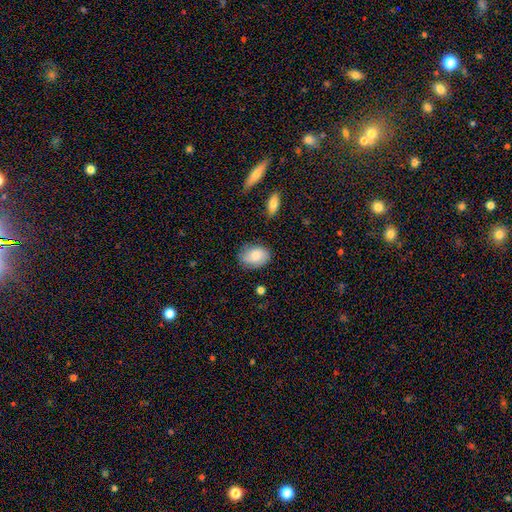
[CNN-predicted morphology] The model was most divided on "merging": none: 77%, minor disturbance: 18%, major disturbance: 4%, merger: 2%. More confident: how rounded — in between (81%); smooth or featured — smooth (78%).